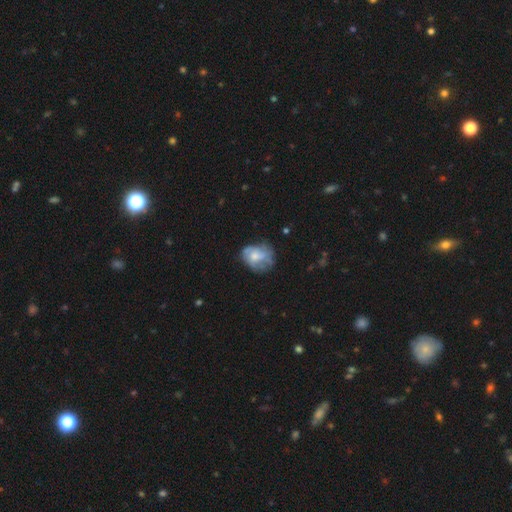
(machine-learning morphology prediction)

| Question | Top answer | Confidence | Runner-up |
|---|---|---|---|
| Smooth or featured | smooth | 46% | featured or disk (45%) |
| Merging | none | 47% | minor disturbance (28%) |